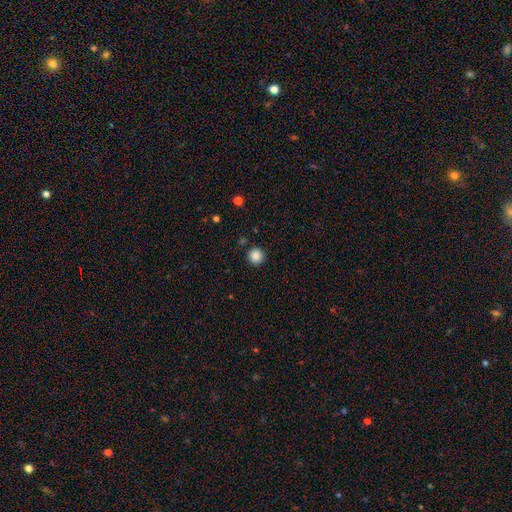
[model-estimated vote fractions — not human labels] This appears to be a smooth galaxy with no disk features (87%) that is round (96%). Merging: none (90%).